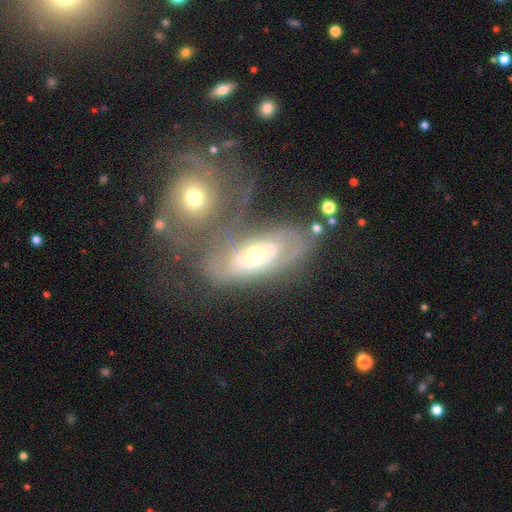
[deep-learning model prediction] A featured or disk galaxy (74%) with no bar (76%), tight (68%) spiral arms (78%) and a moderate central bulge (59%). Merging: none (39%).